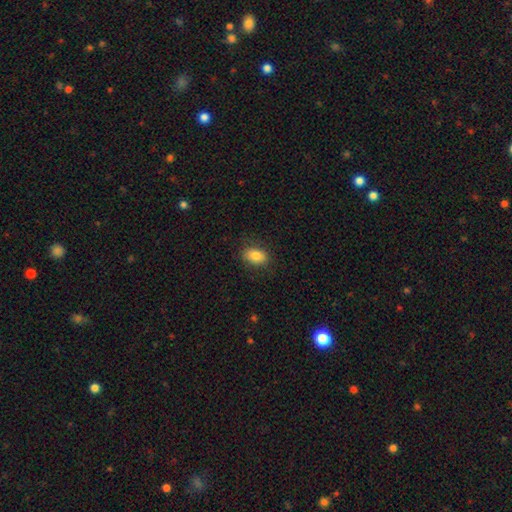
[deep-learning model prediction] Smooth or featured: smooth — 83% (featured or disk — 8%)
How rounded: in between — 81% (round — 17%)
Merging: none — 84% (minor disturbance — 12%)